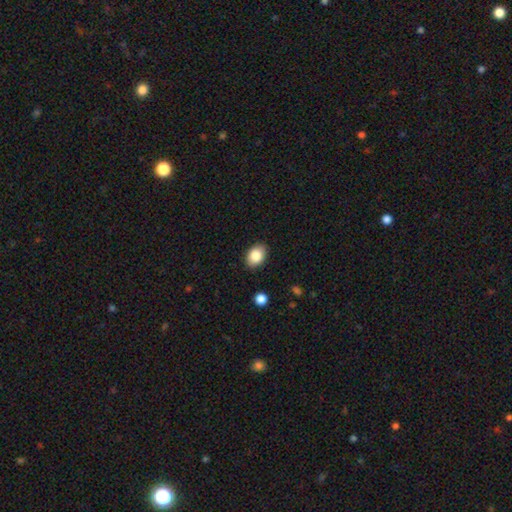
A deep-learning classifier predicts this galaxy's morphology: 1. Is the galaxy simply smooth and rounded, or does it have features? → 85% smooth, 8% star or artifact, 7% featured or disk.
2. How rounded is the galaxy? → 78% in between, 21% round, 1% cigar-shaped.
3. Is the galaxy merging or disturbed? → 87% none, 9% minor disturbance, 2% major disturbance, 1% merger.